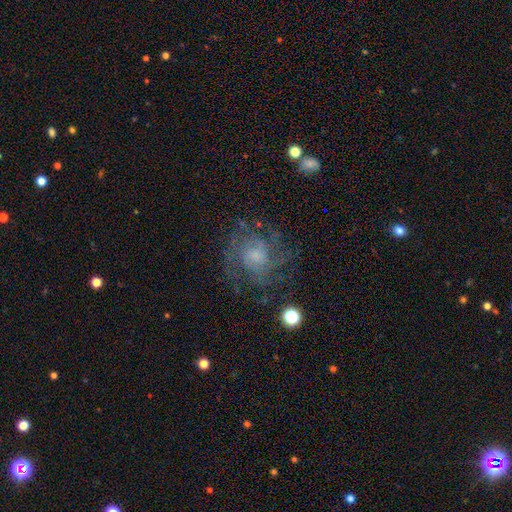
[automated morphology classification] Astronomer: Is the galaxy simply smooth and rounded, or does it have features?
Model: featured or disk — 70%.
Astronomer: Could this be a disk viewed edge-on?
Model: no — 97%.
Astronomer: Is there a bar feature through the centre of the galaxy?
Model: no — 67%.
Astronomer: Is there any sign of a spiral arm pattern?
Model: yes — 87%.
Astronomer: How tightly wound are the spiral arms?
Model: tight — 47% (runner-up: medium, 39%).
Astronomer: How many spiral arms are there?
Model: can't tell — 43%.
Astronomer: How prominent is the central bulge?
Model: small — 43% (runner-up: moderate, 33%).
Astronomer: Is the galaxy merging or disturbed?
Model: none — 68%.